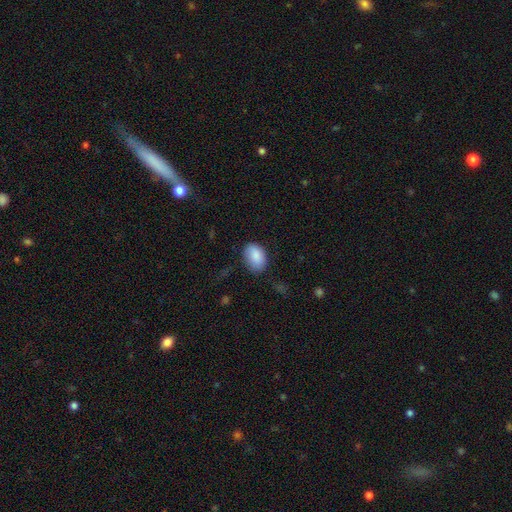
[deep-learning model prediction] smooth_or_featured: smooth (p=0.88) [alt: star or artifact p=0.07]
how_rounded: in between (p=0.84) [alt: round p=0.15]
merging: none (p=0.73) [alt: minor disturbance p=0.21]